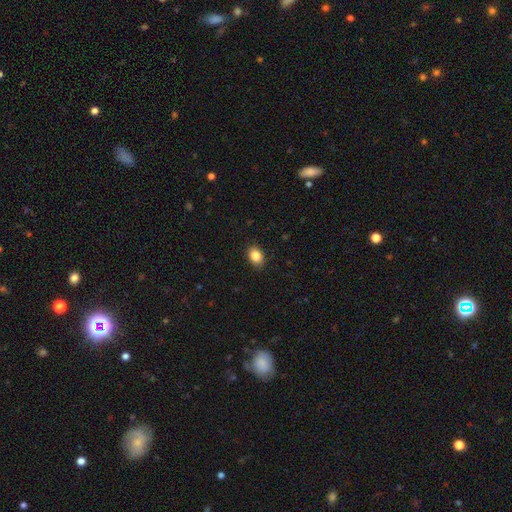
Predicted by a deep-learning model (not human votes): This appears to be a smooth galaxy with no disk features (86%) that is in between round and cigar-shaped (76%). Merging: none (88%).